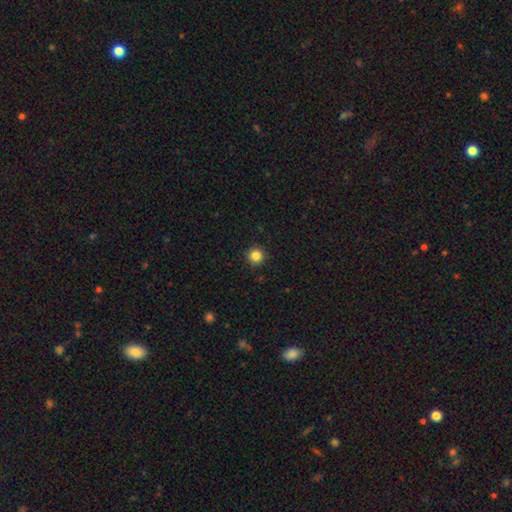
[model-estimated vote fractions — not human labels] smooth_or_featured: smooth (p=0.85) [alt: star or artifact p=0.12]
how_rounded: round (p=0.96) [alt: in between p=0.03]
merging: none (p=0.93) [alt: minor disturbance p=0.05]